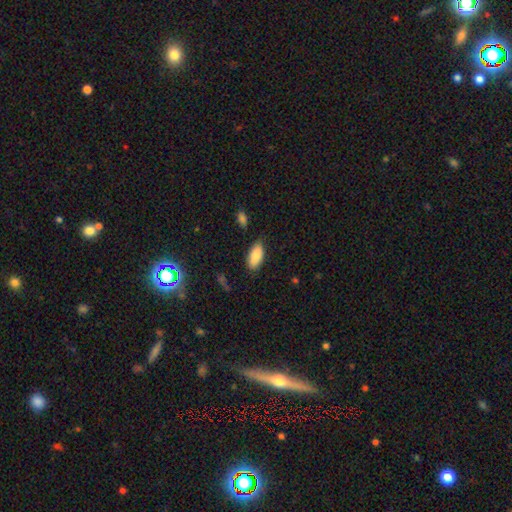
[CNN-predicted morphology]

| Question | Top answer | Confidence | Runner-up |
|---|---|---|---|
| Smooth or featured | smooth | 86% | star or artifact (7%) |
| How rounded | in between | 90% | cigar-shaped (8%) |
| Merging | none | 79% | minor disturbance (16%) |